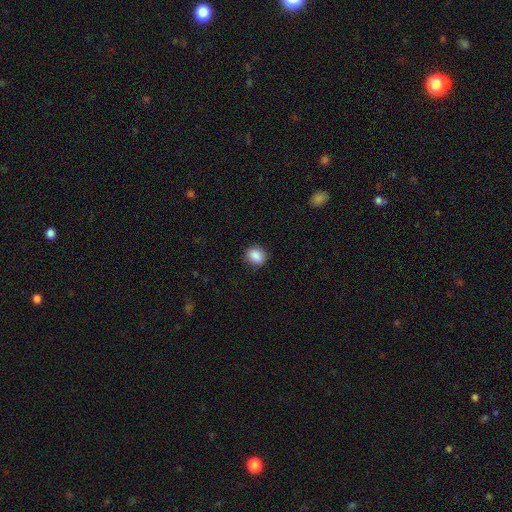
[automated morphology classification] A smooth galaxy with no disk features (88%) that is round (64%). Merging: none (86%).